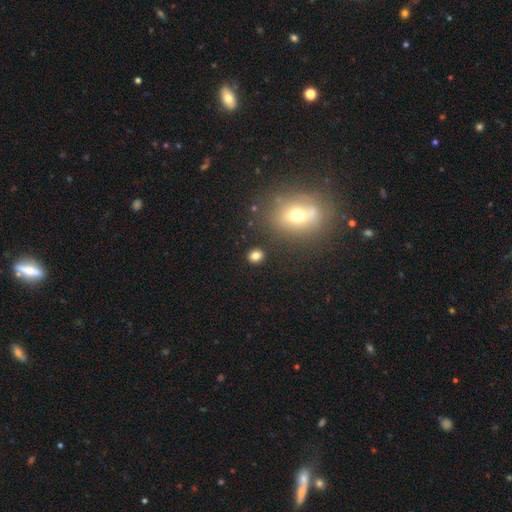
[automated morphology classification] Smooth or featured? smooth (79%)
How rounded? round (72%)
Merging? none (86%)